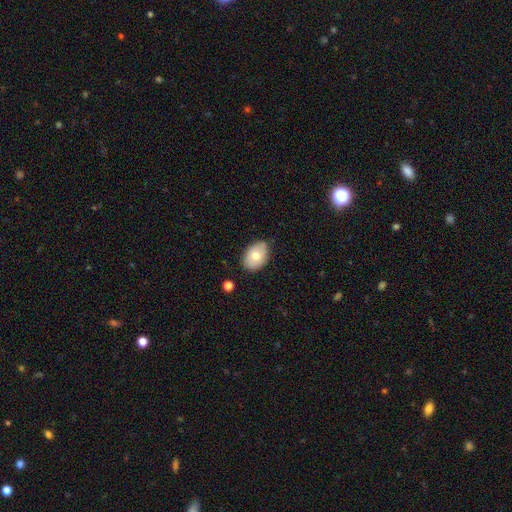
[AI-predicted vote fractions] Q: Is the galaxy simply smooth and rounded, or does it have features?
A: smooth — 72%.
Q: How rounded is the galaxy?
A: in between — 84%.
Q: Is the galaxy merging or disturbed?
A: none — 78%.